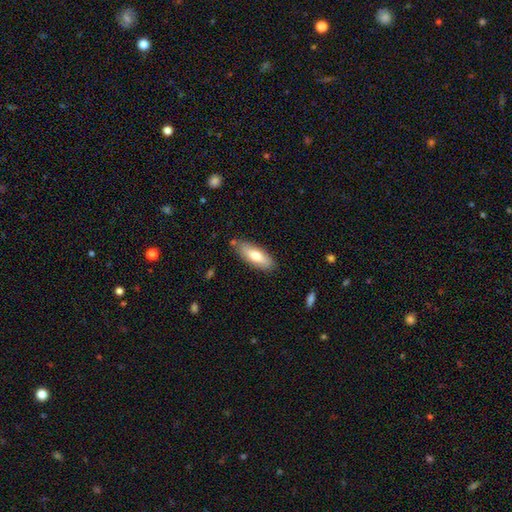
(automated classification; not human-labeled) Overall: smooth (70%). How rounded: in between (68%; cigar-shaped 30%). Merging: none (82%).